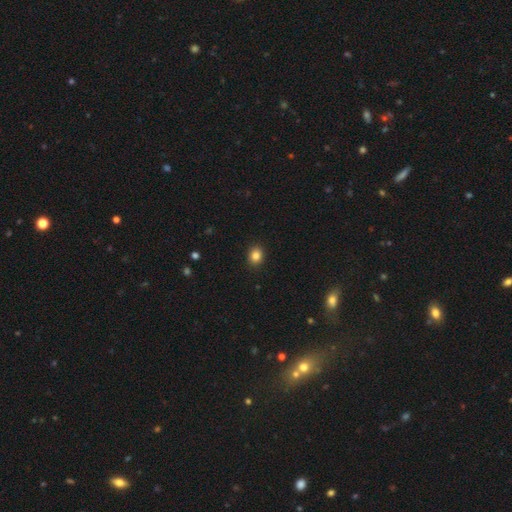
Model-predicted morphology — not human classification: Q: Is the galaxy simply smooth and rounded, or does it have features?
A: smooth — 84%.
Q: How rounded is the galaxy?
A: round — 60%.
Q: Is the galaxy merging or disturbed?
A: none — 90%.